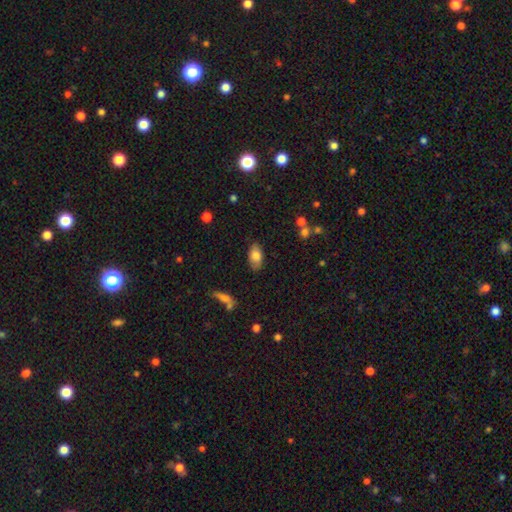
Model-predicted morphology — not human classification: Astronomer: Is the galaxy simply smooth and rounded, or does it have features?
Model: smooth — 80%.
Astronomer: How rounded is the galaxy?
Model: in between — 93%.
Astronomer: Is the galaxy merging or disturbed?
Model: none — 82%.